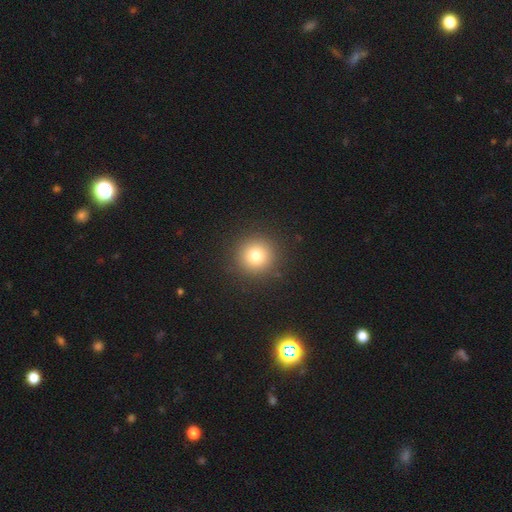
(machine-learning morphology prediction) A smooth galaxy with no disk features (78%) that is round (95%).

Vote fractions:
- Smooth or featured? smooth: 78% / star or artifact: 13% / featured or disk: 9%
- How rounded? round: 95% / in between: 4% / cigar-shaped: 1%
- Merging? none: 91% / minor disturbance: 5% / major disturbance: 2% / merger: 1%